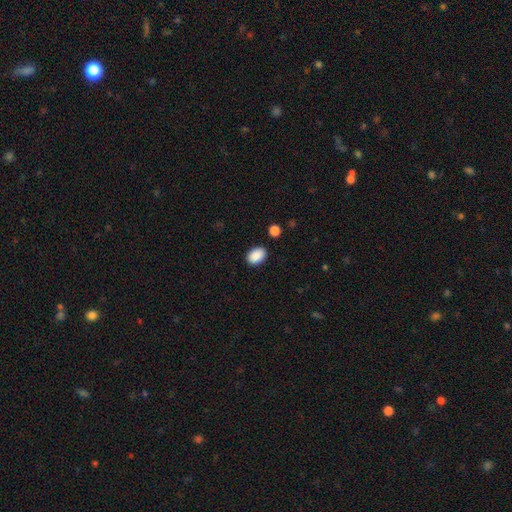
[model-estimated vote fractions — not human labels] This is clearly a smooth galaxy (90%). How rounded: clearly in between (84%). Merging: clearly none (87%).